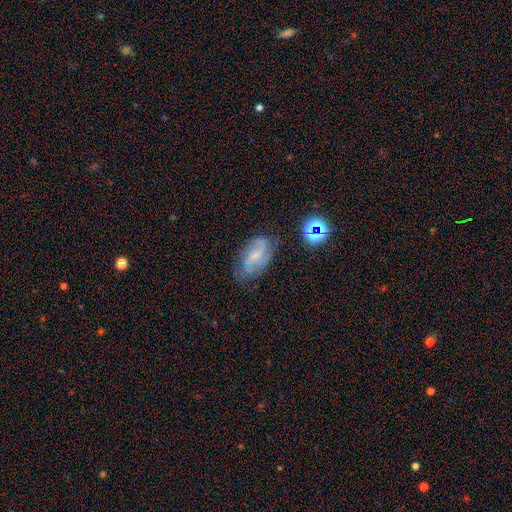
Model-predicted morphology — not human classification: Smooth or featured?
  - featured or disk: 66% *
  - smooth: 22%
  - star or artifact: 11%
Edge-on disk?
  - no: 95% *
  - yes: 5%
Bar?
  - weak: 45% *
  - no: 44%
  - strong: 11%
Spiral arms?
  - yes: 89% *
  - no: 11%
Spiral winding?
  - medium: 45% *
  - tight: 33%
  - loose: 23%
Spiral arm count?
  - 2: 45% *
  - can't tell: 28%
  - 3: 15%
  - 1: 5%
  - 4: 4%
  - more than 4: 3%
Bulge size?
  - small: 58% *
  - moderate: 20%
  - none: 20%
  - large: 2%
  - dominant: 1%
Merging?
  - none: 64% *
  - minor disturbance: 24%
  - major disturbance: 10%
  - merger: 3%